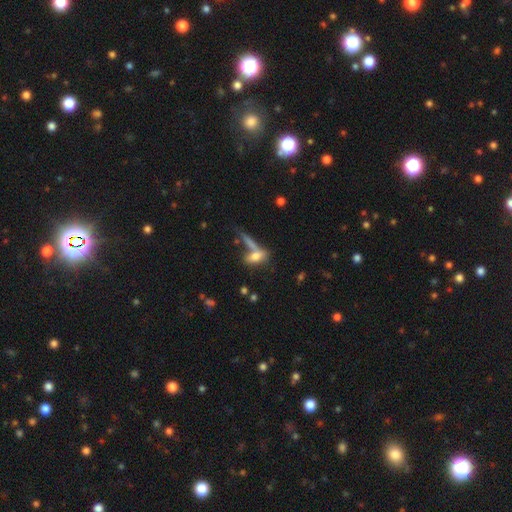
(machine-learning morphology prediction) Smooth or featured: smooth — 67% (featured or disk — 22%)
How rounded: in between — 67% (cigar-shaped — 24%)
Merging: none — 41% (merger — 34%)